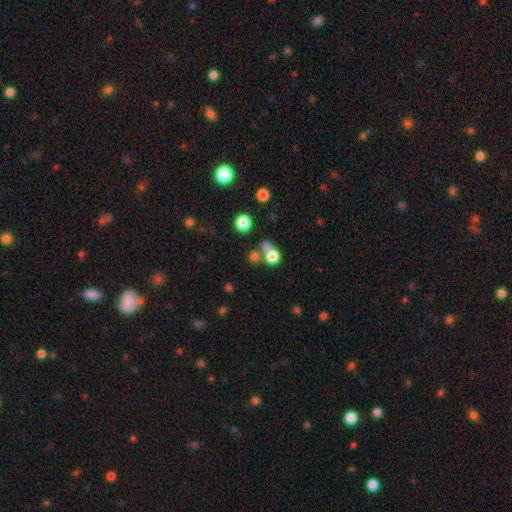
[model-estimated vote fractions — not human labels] Overall: smooth (65%). How rounded: round (75%). Merging: none (44%; merger 39%).